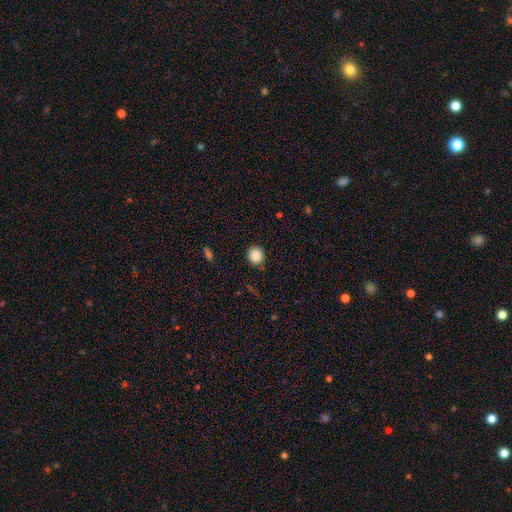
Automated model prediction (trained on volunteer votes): Smooth or featured? Predicted: smooth (p=0.86). How rounded? Predicted: round (p=0.90). Merging? Predicted: none (p=0.89).